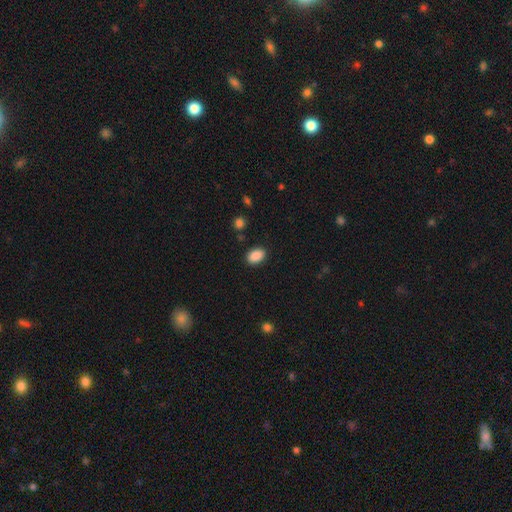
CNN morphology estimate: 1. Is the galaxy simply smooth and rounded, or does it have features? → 89% smooth, 8% star or artifact, 3% featured or disk.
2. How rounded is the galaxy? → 84% in between, 15% round, 1% cigar-shaped.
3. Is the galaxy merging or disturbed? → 87% none, 9% minor disturbance, 2% major disturbance, 2% merger.